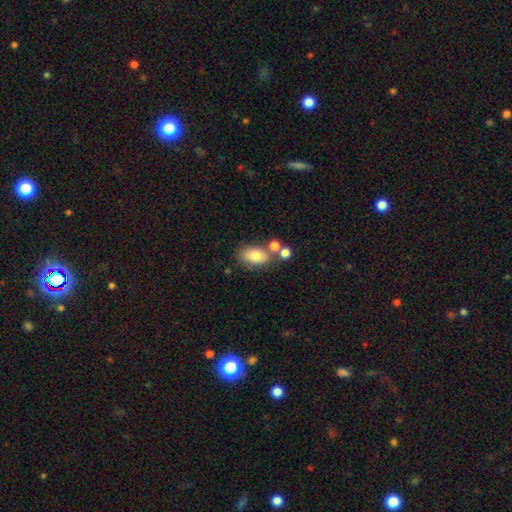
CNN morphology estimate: Smooth or featured? Predicted: smooth (p=0.77). How rounded? Predicted: in between (p=0.87). Merging? Predicted: none (p=0.57).